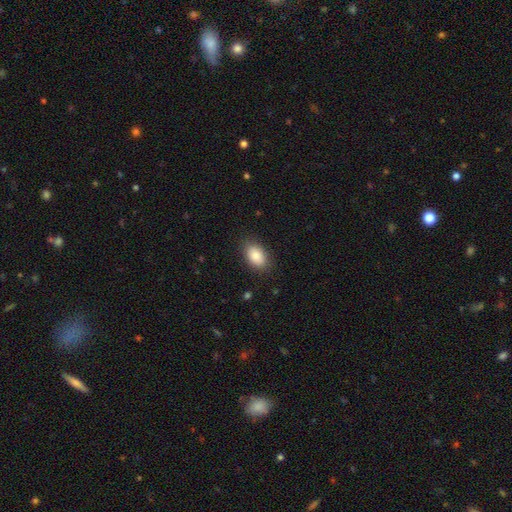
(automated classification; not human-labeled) smooth_or_featured: smooth (p=0.86) [alt: star or artifact p=0.07]
how_rounded: in between (p=0.89) [alt: round p=0.10]
merging: none (p=0.85) [alt: minor disturbance p=0.11]